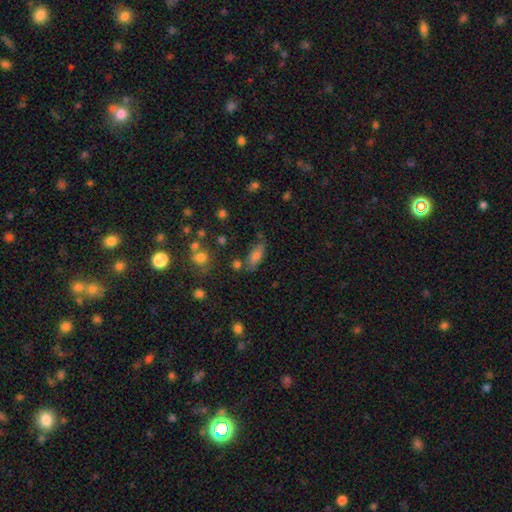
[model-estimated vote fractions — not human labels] Overall: smooth (71%). How rounded: in between (73%). Merging: none (67%).